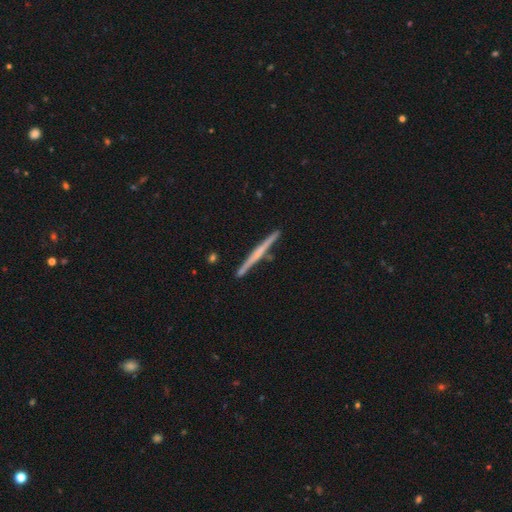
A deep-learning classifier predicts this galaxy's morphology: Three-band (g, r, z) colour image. It shows a featured or disk galaxy (65%) viewed edge-on (98%) with no central bulge (60%). Merging: none (91%).